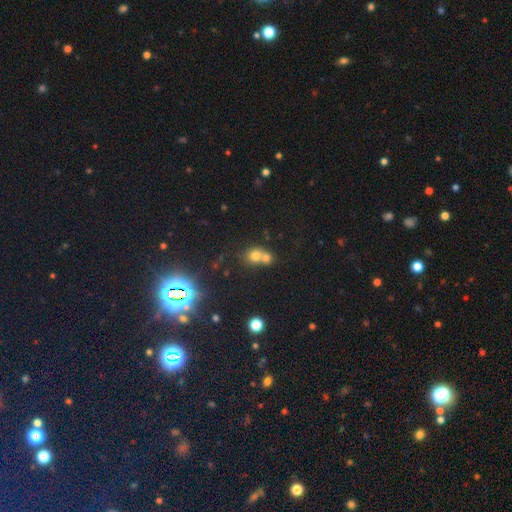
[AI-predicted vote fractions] This appears to be a smooth galaxy with no disk features (68%) that is round (72%). Merging: merger (63%).